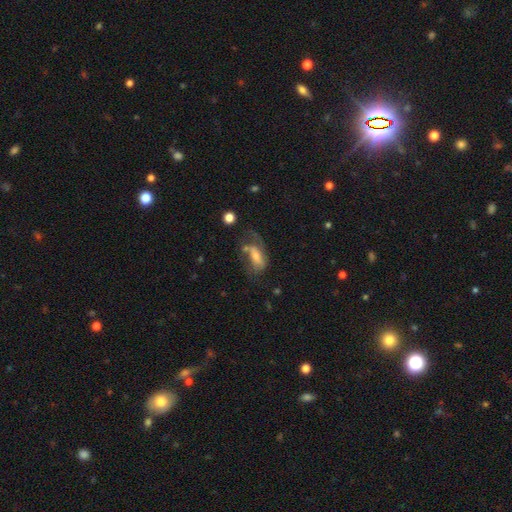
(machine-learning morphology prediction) smooth-or-featured: featured or disk: 50% | smooth: 39% | star or artifact: 10%
  disk-edge-on: no: 88% | yes: 12%
  merging: major disturbance: 34% (tied) | none: 34% (tied) | minor disturbance: 22% | merger: 10%